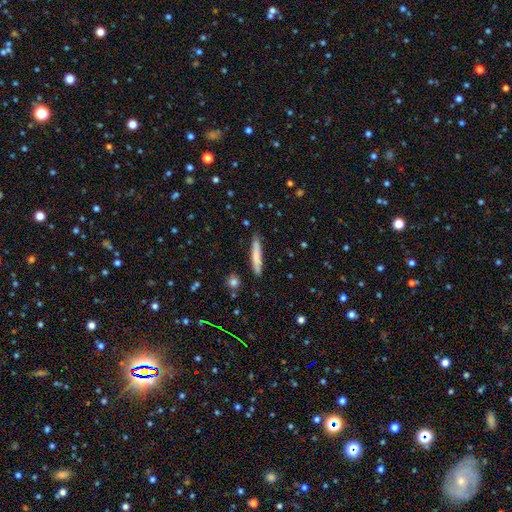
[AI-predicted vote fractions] Smooth or featured?
  - smooth: 74% *
  - featured or disk: 19%
  - star or artifact: 7%
How rounded?
  - cigar-shaped: 94% *
  - in between: 5%
  - round: 1%
Merging?
  - none: 88% *
  - minor disturbance: 9%
  - major disturbance: 2%
  - merger: 2%